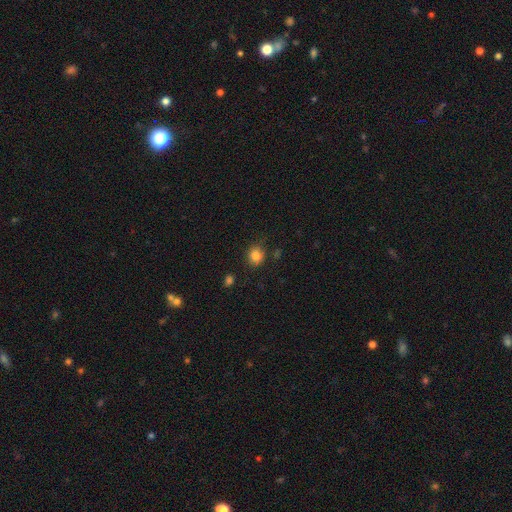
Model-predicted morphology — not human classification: The model was most divided on "how rounded": round: 78%, in between: 21%, cigar-shaped: 1%. More confident: smooth or featured — smooth (83%); merging — none (79%).